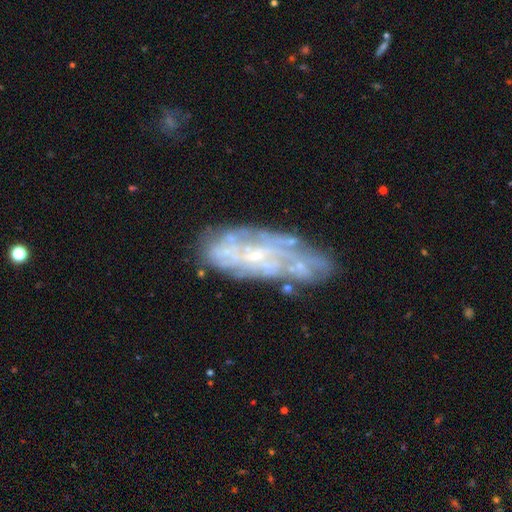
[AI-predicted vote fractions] A featured or disk galaxy (74%) with no bar (77%), spiral arms (62%) and a small central bulge (78%).

Vote fractions:
- Smooth or featured? featured or disk: 74% / smooth: 18% / star or artifact: 8%
- Edge-on disk? no: 89% / yes: 11%
- Bar? no: 77% / weak: 18% / strong: 5%
- Spiral arms? yes: 62% / no: 38%
- Bulge size? small: 78% / moderate: 13% / none: 7% / large: 1% / dominant: 1%
- Merging? none: 64% / minor disturbance: 20% / major disturbance: 9% / merger: 6%